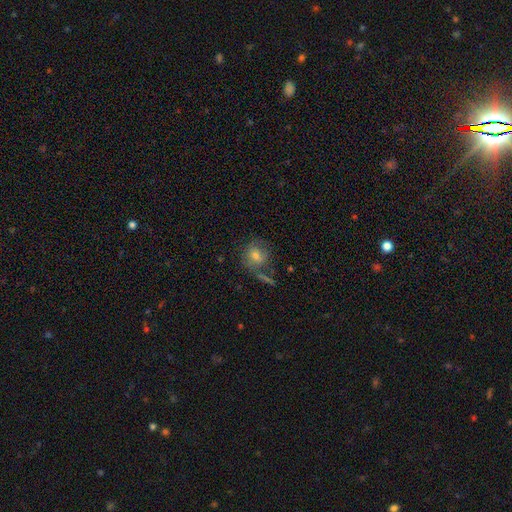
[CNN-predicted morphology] type=smooth (54%); roundness=round (79%); merging=none (62%).